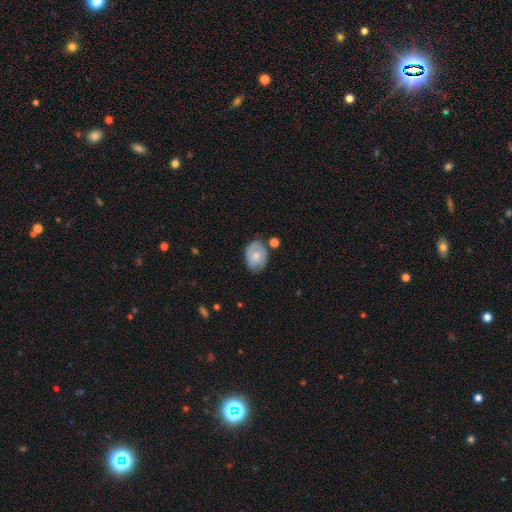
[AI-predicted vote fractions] Overall: smooth (51%; featured or disk 43%). How rounded: in between (75%). Merging: none (65%).